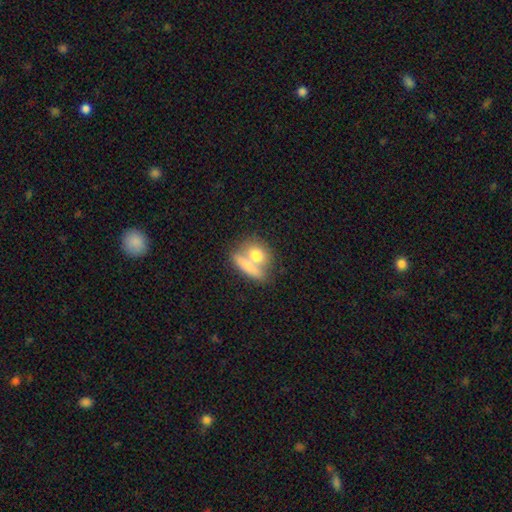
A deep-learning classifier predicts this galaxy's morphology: Overall: smooth (73%). How rounded: round (48%; in between 44%). Merging: merger (55%; none 31%).